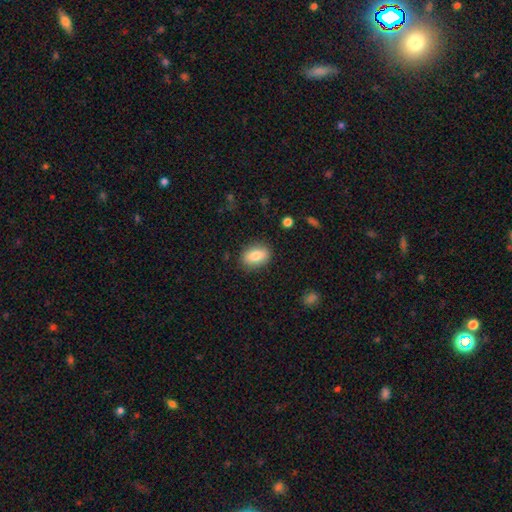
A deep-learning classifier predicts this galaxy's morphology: smooth-or-featured: smooth: 80% | featured or disk: 13% | star or artifact: 7%
  how-rounded: in between: 82% | round: 15% | cigar-shaped: 2%
  merging: none: 85% | minor disturbance: 11% | major disturbance: 3% | merger: 1%